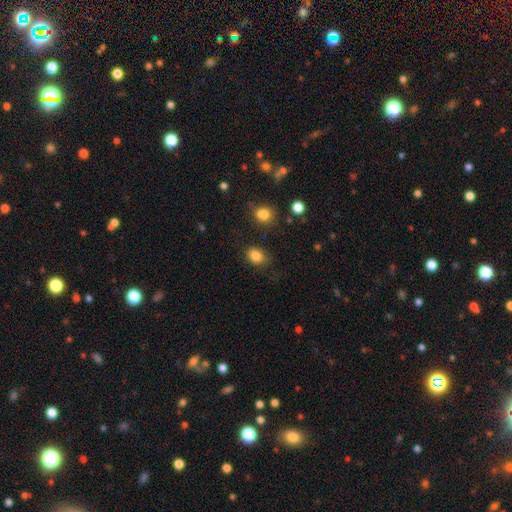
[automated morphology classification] Q: Smooth or featured?
A: smooth (84%); runner-up: star or artifact (11%)
Q: How rounded?
A: in between (58%); runner-up: round (41%)
Q: Merging?
A: none (79%); runner-up: minor disturbance (14%)